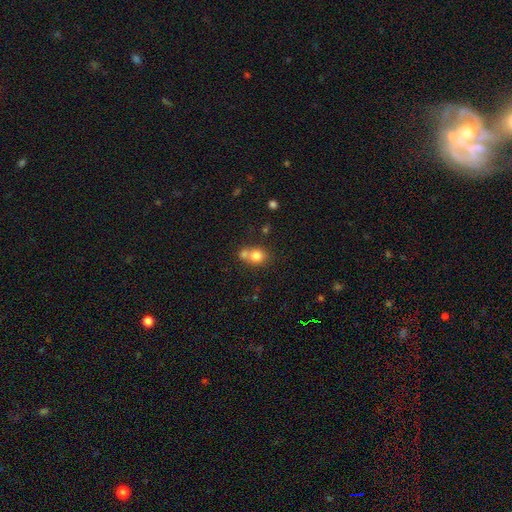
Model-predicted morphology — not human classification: This appears to be a smooth galaxy with no disk features (78%) that is round (67%). Merging: merger (47%).